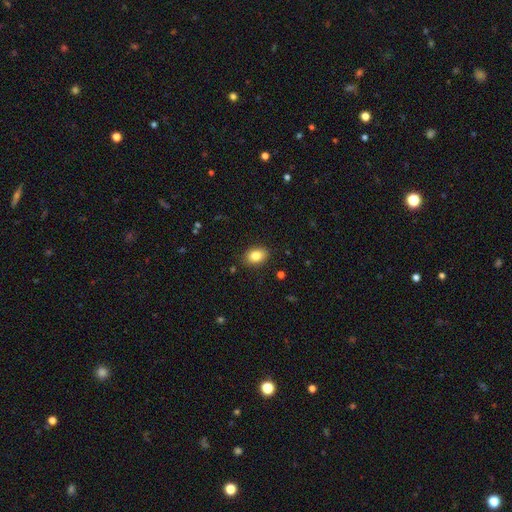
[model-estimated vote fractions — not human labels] Smooth or featured?
  - smooth: 83% *
  - star or artifact: 8%
  - featured or disk: 8%
How rounded?
  - in between: 82% *
  - round: 17%
  - cigar-shaped: 1%
Merging?
  - none: 87% *
  - minor disturbance: 9%
  - major disturbance: 2%
  - merger: 1%